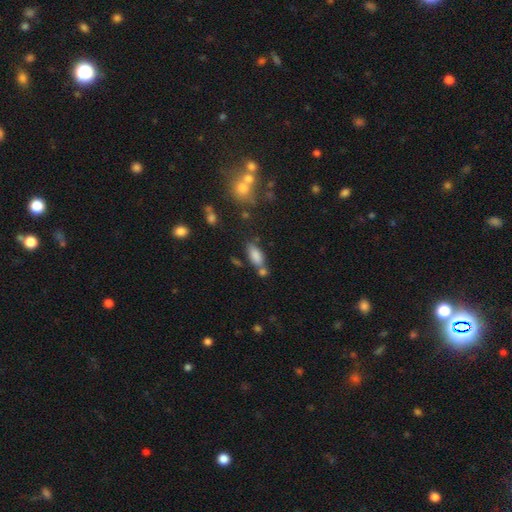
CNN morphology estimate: A smooth galaxy with no disk features (84%) that is in between round and cigar-shaped (83%).

Vote fractions:
- Smooth or featured? smooth: 84% / star or artifact: 9% / featured or disk: 8%
- How rounded? in between: 83% / cigar-shaped: 14% / round: 3%
- Merging? none: 58% / merger: 21% / minor disturbance: 15% / major disturbance: 5%